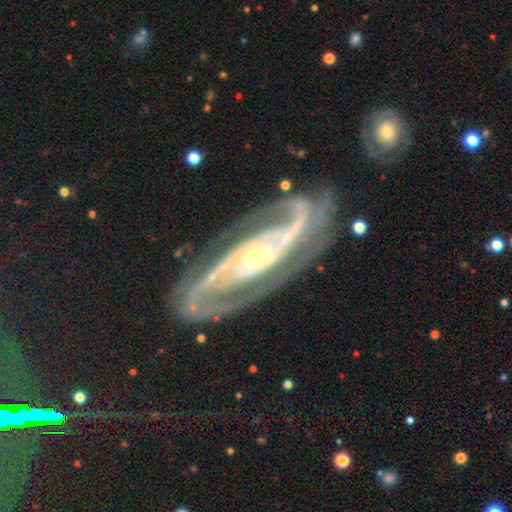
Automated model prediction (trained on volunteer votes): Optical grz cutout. It shows a featured or disk galaxy (93%) with a strong bar (35%), 2 (76%) medium (49%) spiral arms (98%) and a small central bulge (50%). Merging: none (74%).